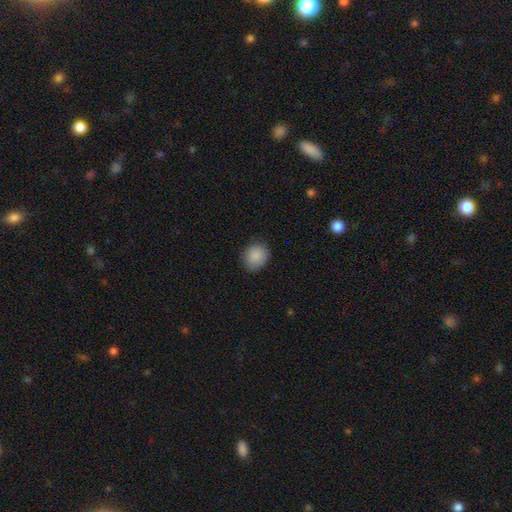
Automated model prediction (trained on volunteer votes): A smooth galaxy with no disk features (89%) that is round (68%).

Vote fractions:
- Smooth or featured? smooth: 89% / star or artifact: 8% / featured or disk: 4%
- How rounded? round: 68% / in between: 32% / cigar-shaped: 1%
- Merging? none: 86% / minor disturbance: 10% / major disturbance: 3% / merger: 1%